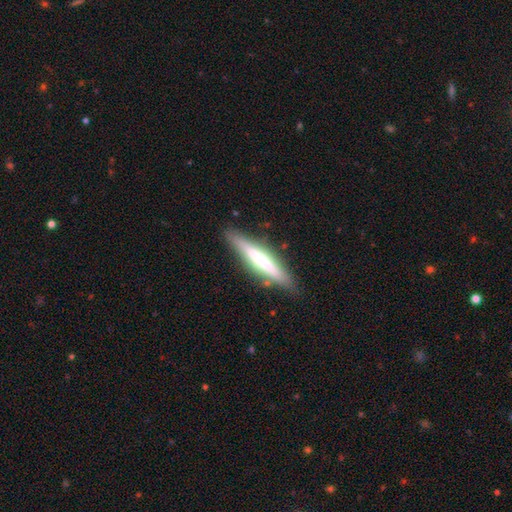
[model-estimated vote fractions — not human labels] smooth-or-featured: featured or disk: 56% | smooth: 38% | star or artifact: 6%
  disk-edge-on: yes: 94% | no: 6%
    edge-on-bulge: rounded: 59% | none: 26% | boxy: 15%
  merging: none: 86% | minor disturbance: 10% | major disturbance: 2% | merger: 2%